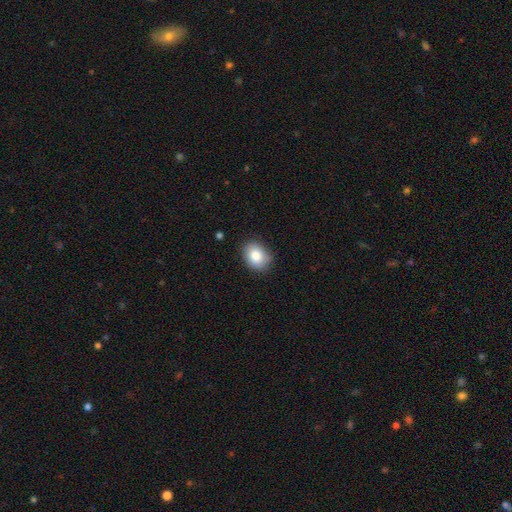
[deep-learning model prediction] smooth_or_featured: smooth (p=0.85) [alt: star or artifact p=0.08]
how_rounded: in between (p=0.66) [alt: round p=0.33]
merging: none (p=0.83) [alt: minor disturbance p=0.13]